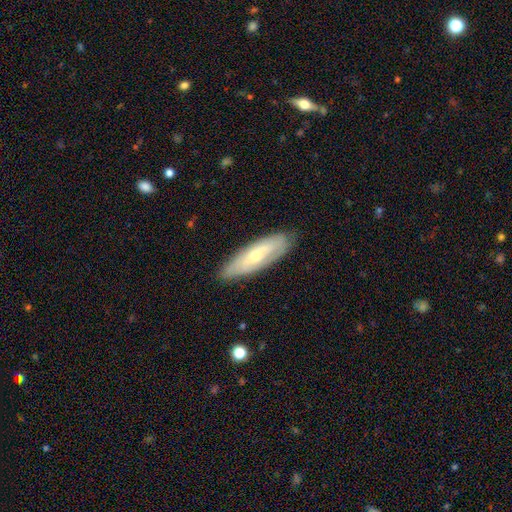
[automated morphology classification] Smooth or featured? featured or disk (54%)
Edge-on disk? no (64%)
Merging? none (82%)